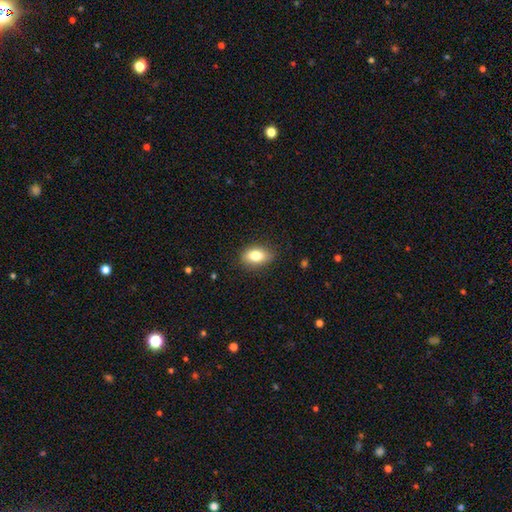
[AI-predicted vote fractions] A smooth galaxy with no disk features (80%) that is in between round and cigar-shaped (85%).

Vote fractions:
- Smooth or featured? smooth: 80% / featured or disk: 12% / star or artifact: 8%
- How rounded? in between: 85% / round: 12% / cigar-shaped: 3%
- Merging? none: 84% / minor disturbance: 12% / major disturbance: 3% / merger: 1%